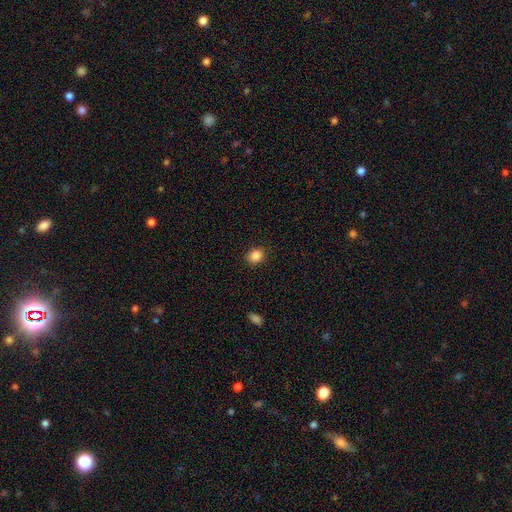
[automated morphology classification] Smooth or featured: smooth — 87% (star or artifact — 10%)
How rounded: round — 71% (in between — 28%)
Merging: none — 89% (minor disturbance — 8%)